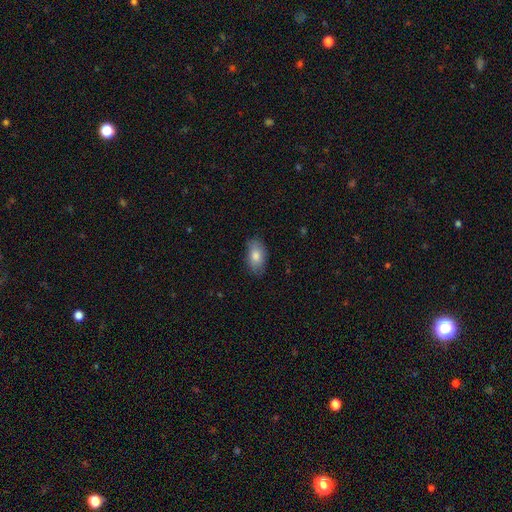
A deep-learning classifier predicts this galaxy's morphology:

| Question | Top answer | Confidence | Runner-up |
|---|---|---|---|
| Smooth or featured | smooth | 81% | featured or disk (12%) |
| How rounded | in between | 92% | round (5%) |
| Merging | none | 83% | minor disturbance (13%) |